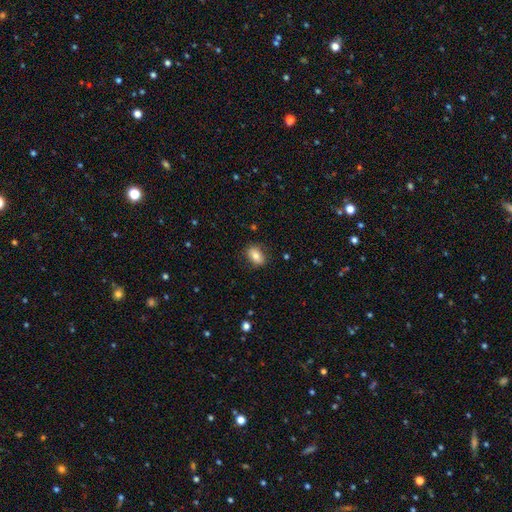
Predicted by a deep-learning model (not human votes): smooth_or_featured: smooth (p=0.79) [alt: featured or disk p=0.13]
how_rounded: in between (p=0.85) [alt: round p=0.12]
merging: none (p=0.84) [alt: minor disturbance p=0.12]